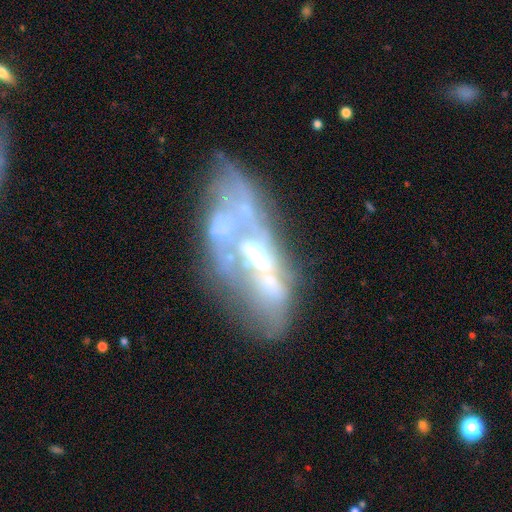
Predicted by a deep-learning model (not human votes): featured or disk 70%, smooth 19%, star or artifact 11%. Down the decision tree: edge-on disk — no (88%); bar — no (66%); spiral arms — no (80%); bulge size — moderate (37%); merging — none (36%).